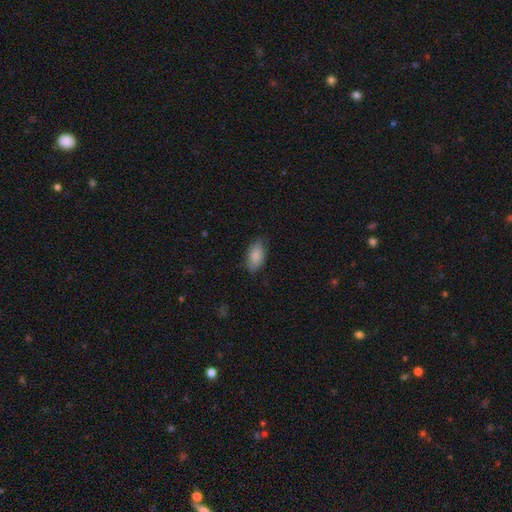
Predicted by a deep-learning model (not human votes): This appears to be a smooth galaxy with no disk features (85%) that is in between round and cigar-shaped (93%). Merging: none (76%).